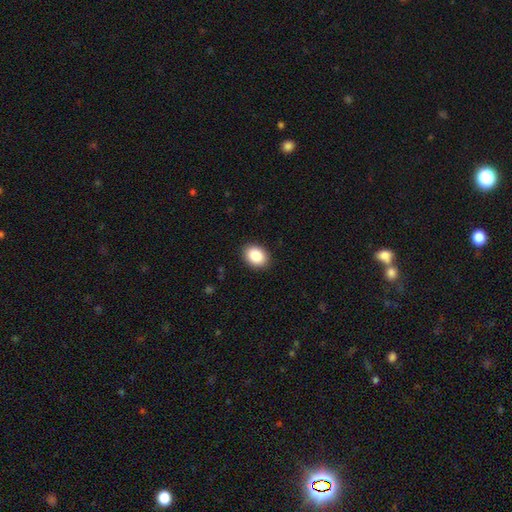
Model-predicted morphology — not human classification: Overall: smooth (89%). How rounded: in between (68%; round 31%). Merging: none (90%).